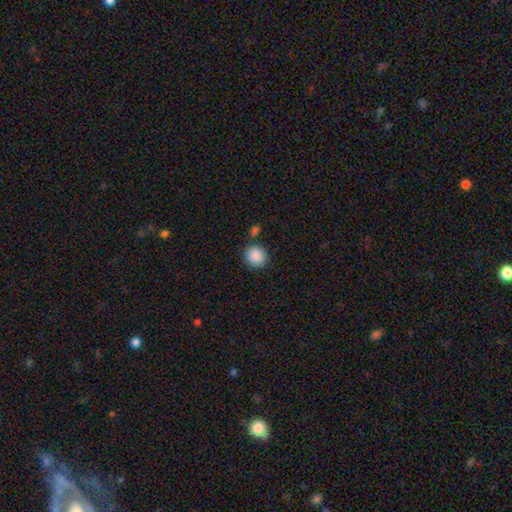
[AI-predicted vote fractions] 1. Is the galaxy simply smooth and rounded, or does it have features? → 89% smooth, 8% star or artifact, 3% featured or disk.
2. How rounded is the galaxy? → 86% round, 13% in between, 1% cigar-shaped.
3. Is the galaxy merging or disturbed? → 81% none, 10% minor disturbance, 6% merger, 3% major disturbance.